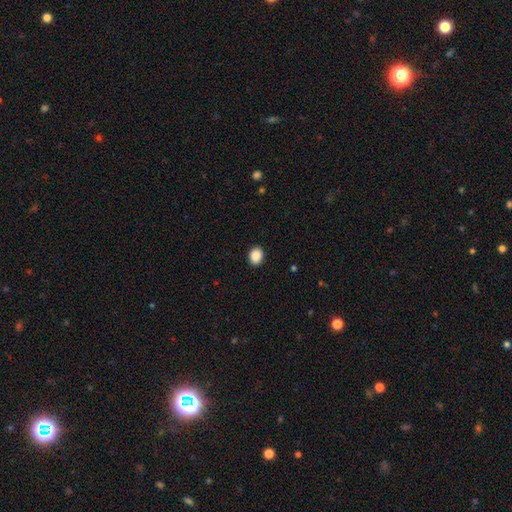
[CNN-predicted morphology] This is clearly a smooth galaxy (89%). How rounded: possibly round (54%). Merging: clearly none (91%).